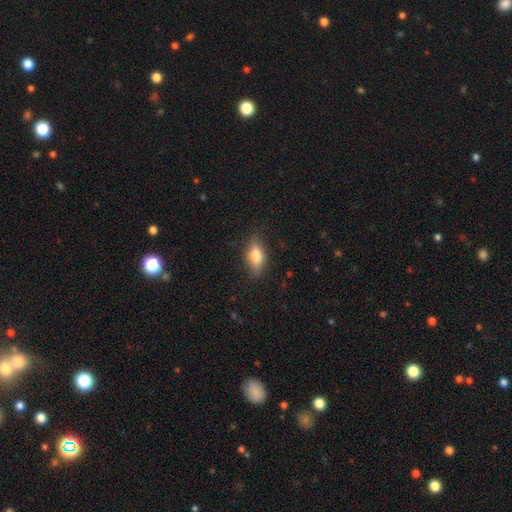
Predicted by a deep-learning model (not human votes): smooth_or_featured: smooth (p=0.66) [alt: featured or disk p=0.26]
how_rounded: in between (p=0.78) [alt: cigar-shaped p=0.17]
merging: none (p=0.77) [alt: minor disturbance p=0.18]